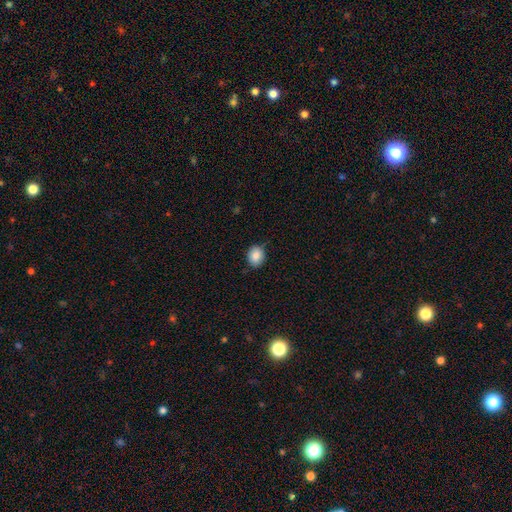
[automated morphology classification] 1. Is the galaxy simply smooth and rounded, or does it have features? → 84% smooth, 9% star or artifact, 7% featured or disk.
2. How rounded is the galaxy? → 63% round, 36% in between, 1% cigar-shaped.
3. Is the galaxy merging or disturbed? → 80% none, 16% minor disturbance, 3% major disturbance, 1% merger.